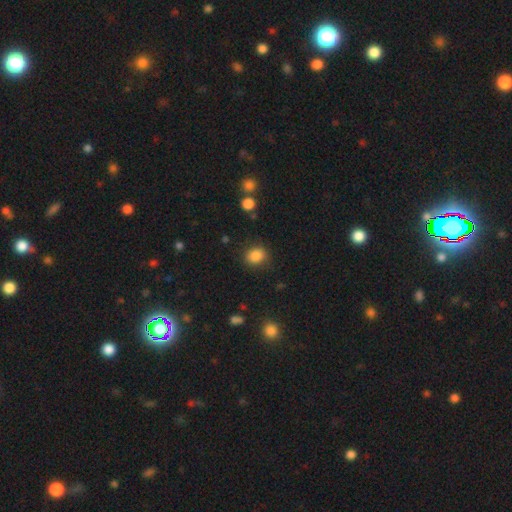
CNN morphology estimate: A smooth galaxy with no disk features (85%) that is round (64%). Merging: none (84%).